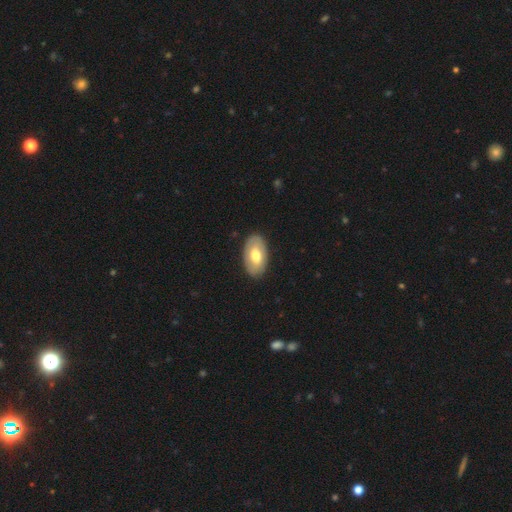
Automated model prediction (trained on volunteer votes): smooth_or_featured: smooth (p=0.61) [alt: featured or disk p=0.34]
how_rounded: in between (p=0.94) [alt: round p=0.05]
merging: none (p=0.86) [alt: minor disturbance p=0.10]